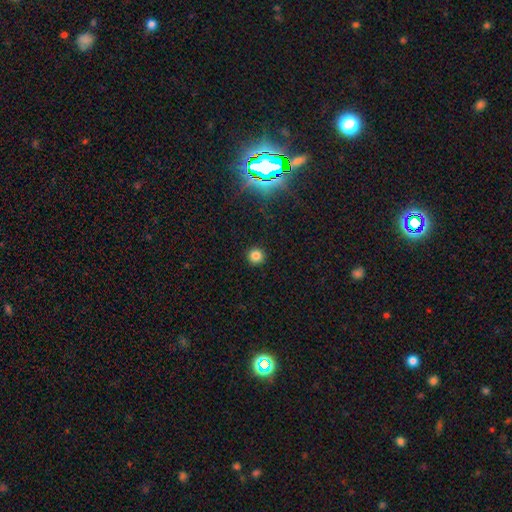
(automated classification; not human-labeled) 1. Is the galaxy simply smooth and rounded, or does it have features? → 81% smooth, 15% star or artifact, 4% featured or disk.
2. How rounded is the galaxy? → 95% round, 4% in between, 1% cigar-shaped.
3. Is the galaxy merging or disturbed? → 92% none, 5% minor disturbance, 2% major disturbance, 1% merger.